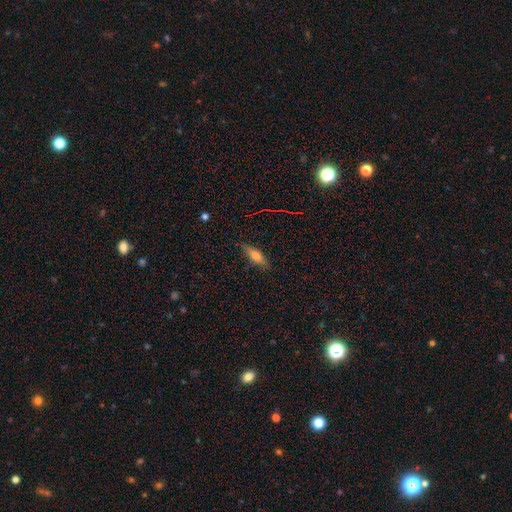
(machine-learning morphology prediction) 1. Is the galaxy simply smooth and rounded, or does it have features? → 62% smooth, 27% featured or disk, 11% star or artifact.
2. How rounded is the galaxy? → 52% in between, 45% cigar-shaped, 3% round.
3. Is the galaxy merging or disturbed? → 82% none, 13% minor disturbance, 3% major disturbance, 1% merger.